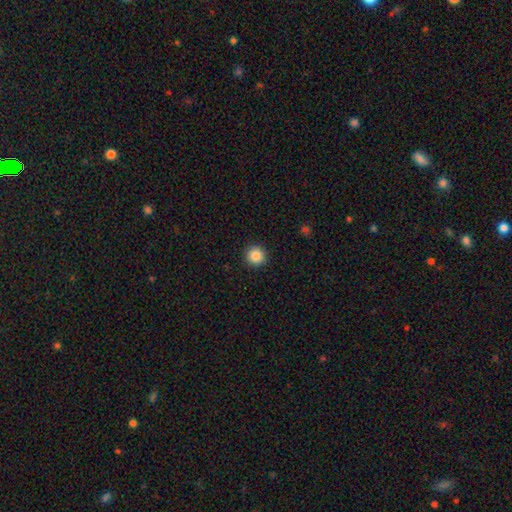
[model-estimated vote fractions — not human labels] smooth 86%, star or artifact 10%, featured or disk 4%. Down the decision tree: how rounded — round (96%); merging — none (93%).